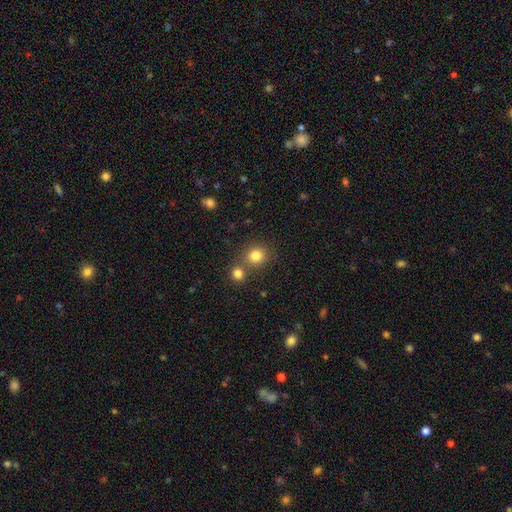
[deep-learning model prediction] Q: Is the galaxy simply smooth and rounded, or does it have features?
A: smooth — 82%.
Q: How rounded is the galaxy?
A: round — 86%.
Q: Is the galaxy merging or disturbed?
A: none — 68%.